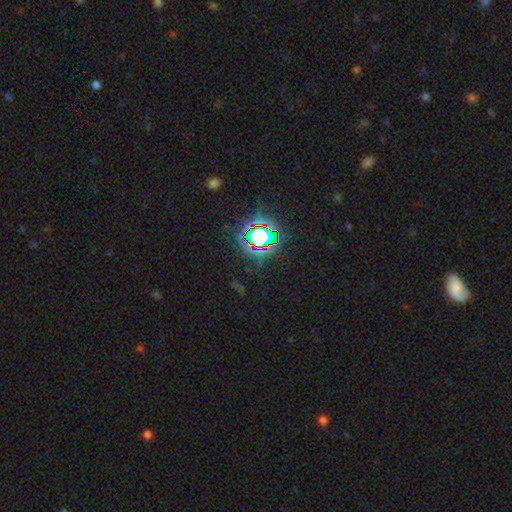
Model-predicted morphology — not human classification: Overall: star or artifact (79%).